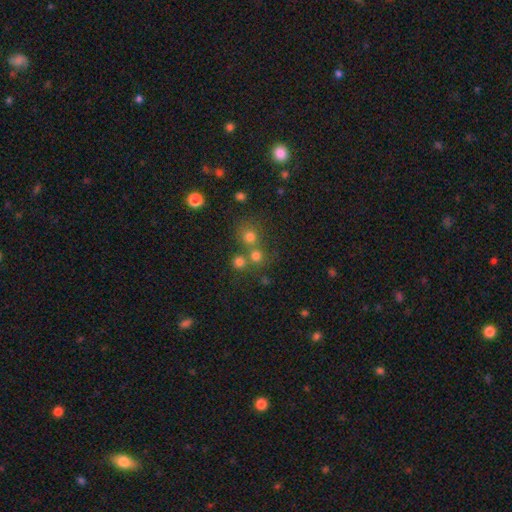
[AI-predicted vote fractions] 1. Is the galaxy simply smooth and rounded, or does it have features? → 72% smooth, 20% star or artifact, 9% featured or disk.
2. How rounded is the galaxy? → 89% round, 10% in between, 1% cigar-shaped.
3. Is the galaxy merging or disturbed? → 58% none, 33% merger, 7% minor disturbance, 3% major disturbance.